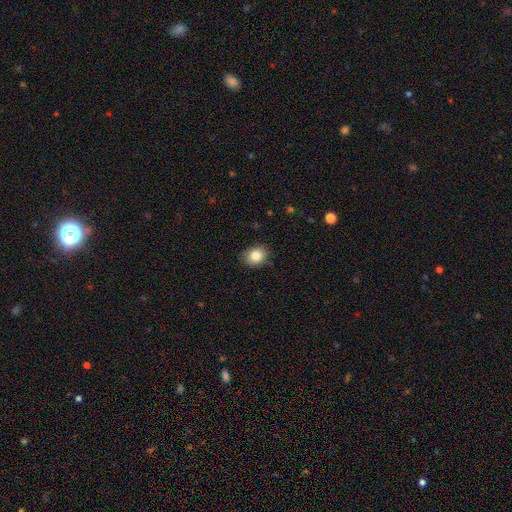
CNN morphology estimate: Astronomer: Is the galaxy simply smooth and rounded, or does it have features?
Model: smooth — 83%.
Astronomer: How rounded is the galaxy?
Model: round — 54% (runner-up: in between, 45%).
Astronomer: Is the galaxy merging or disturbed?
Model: none — 85%.